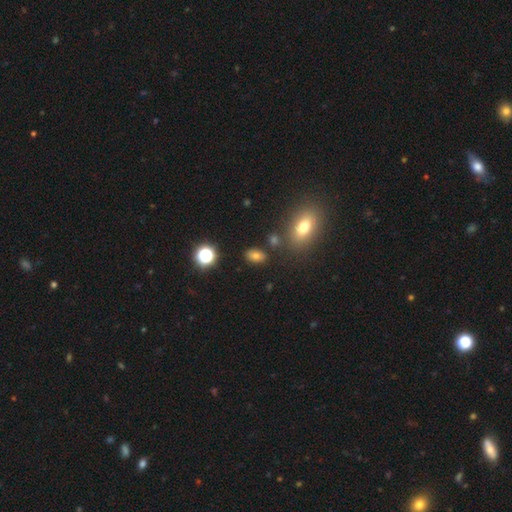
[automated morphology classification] Smooth or featured?
  - smooth: 73% *
  - star or artifact: 17%
  - featured or disk: 10%
How rounded?
  - in between: 82% *
  - round: 16%
  - cigar-shaped: 2%
Merging?
  - none: 81% *
  - minor disturbance: 11%
  - merger: 4%
  - major disturbance: 3%